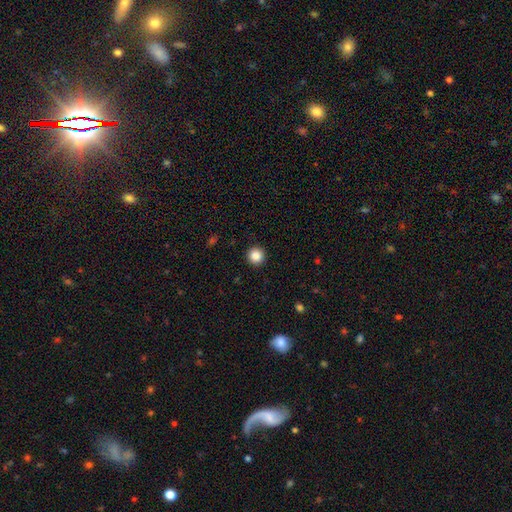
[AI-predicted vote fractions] Morphology: type=smooth (86%); roundness=round (96%); merging=none (94%).